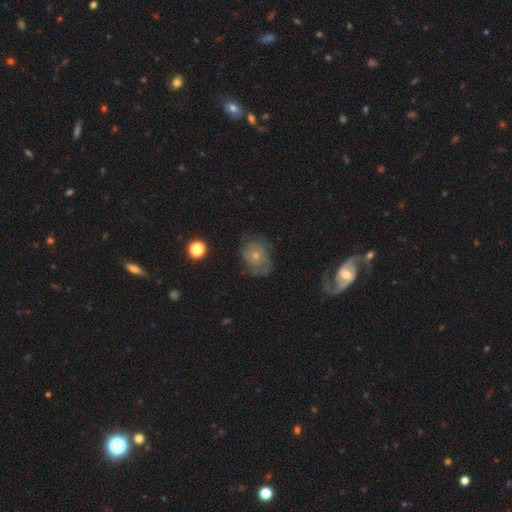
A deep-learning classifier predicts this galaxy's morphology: type=featured or disk (51%); edge-on=no (97%); merging=none (57%).